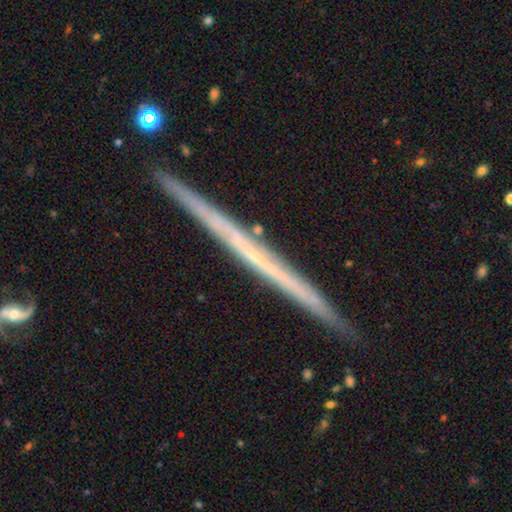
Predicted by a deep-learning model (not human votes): Q: Smooth or featured?
A: featured or disk (70%); runner-up: smooth (23%)
Q: Edge-on disk?
A: yes (98%); runner-up: no (2%)
Q: Edge-on bulge?
A: none (92%); runner-up: rounded (5%)
Q: Merging?
A: none (91%); runner-up: minor disturbance (6%)